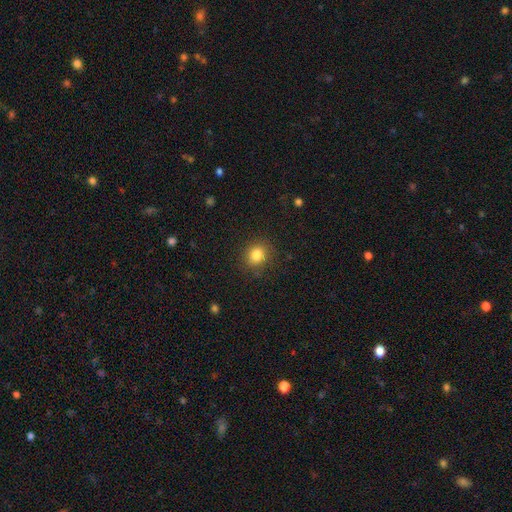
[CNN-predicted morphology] smooth_or_featured: smooth (p=0.83) [alt: star or artifact p=0.11]
how_rounded: round (p=0.78) [alt: in between p=0.22]
merging: none (p=0.86) [alt: minor disturbance p=0.10]